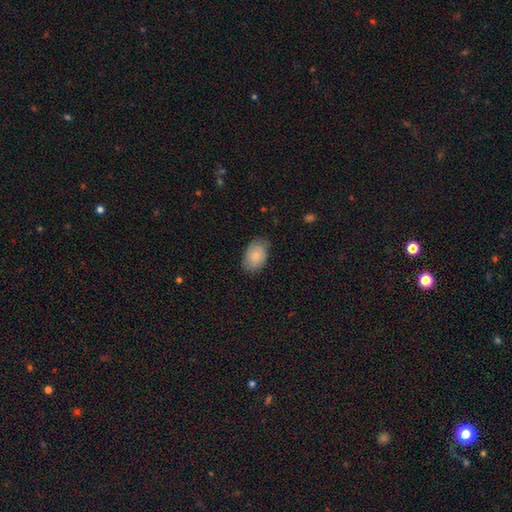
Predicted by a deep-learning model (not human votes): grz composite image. It shows a smooth galaxy with no disk features (78%) that is in between round and cigar-shaped (86%). Merging: none (74%).